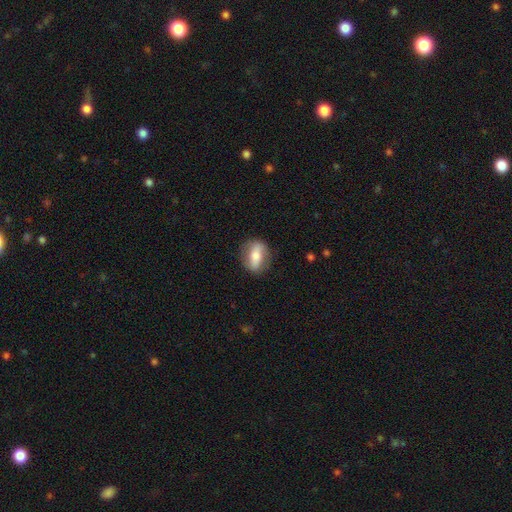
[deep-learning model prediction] Smooth or featured? Predicted: smooth (p=0.50). Merging? Predicted: none (p=0.82).